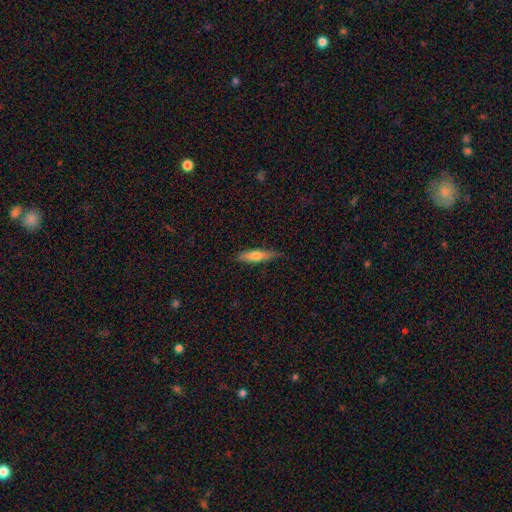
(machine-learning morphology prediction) smooth 61%, featured or disk 33%, star or artifact 6%. Down the decision tree: how rounded — cigar-shaped (73%); merging — none (80%).